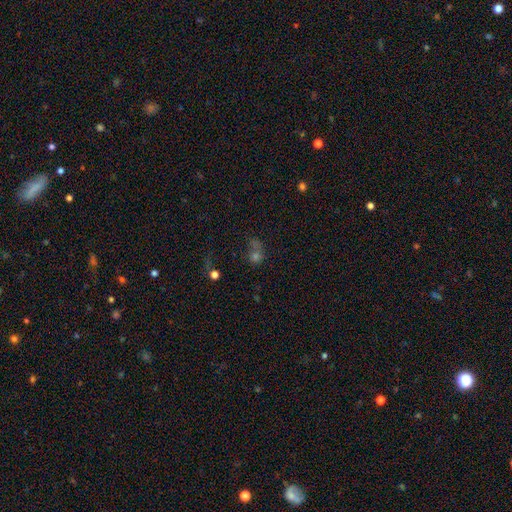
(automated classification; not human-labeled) Smooth or featured? smooth (51%)
How rounded? round (72%)
Merging? none (37%)